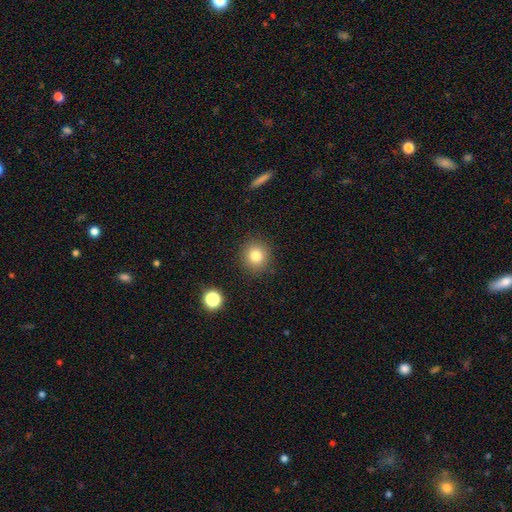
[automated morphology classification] smooth-or-featured: smooth: 81% | star or artifact: 12% | featured or disk: 8%
  how-rounded: round: 90% | in between: 9% | cigar-shaped: 1%
  merging: none: 89% | minor disturbance: 7% | major disturbance: 2% | merger: 2%